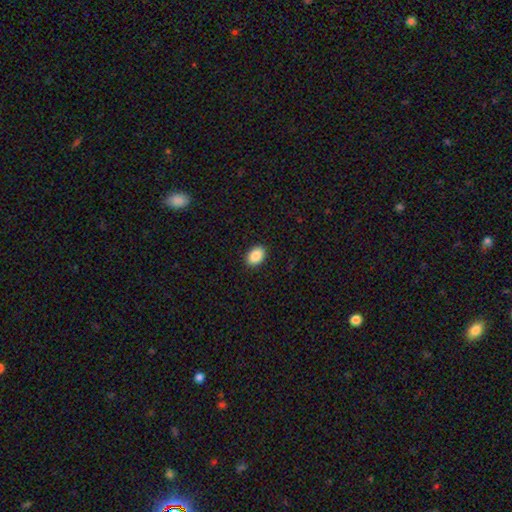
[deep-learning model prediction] Smooth or featured: smooth — 89% (star or artifact — 7%)
How rounded: in between — 84% (round — 15%)
Merging: none — 91% (minor disturbance — 7%)